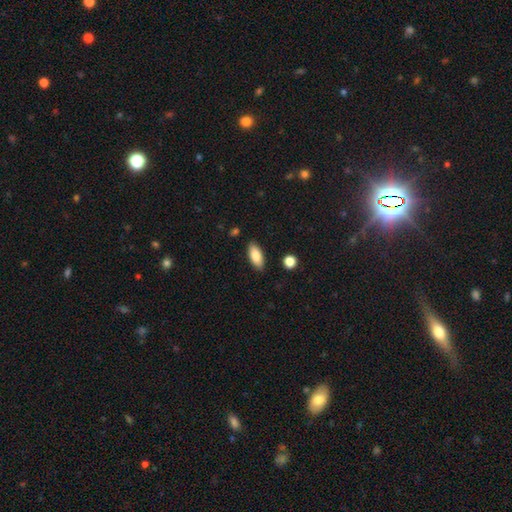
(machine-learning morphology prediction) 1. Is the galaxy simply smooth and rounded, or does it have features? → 83% smooth, 10% featured or disk, 7% star or artifact.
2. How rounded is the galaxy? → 86% in between, 12% cigar-shaped, 2% round.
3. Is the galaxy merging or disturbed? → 87% none, 9% minor disturbance, 2% major disturbance, 2% merger.